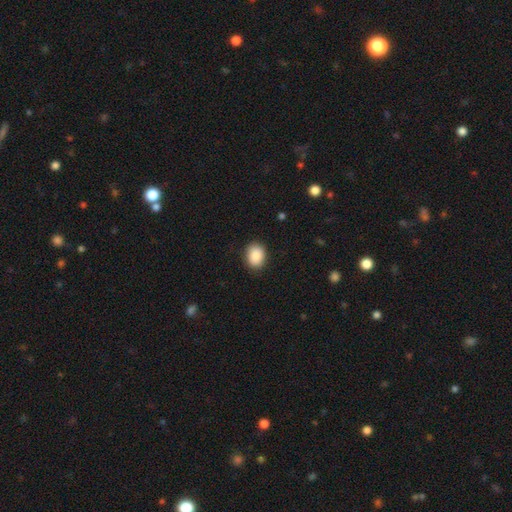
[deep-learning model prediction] This is clearly a smooth galaxy (89%). How rounded: likely in between (60%). Merging: clearly none (88%).